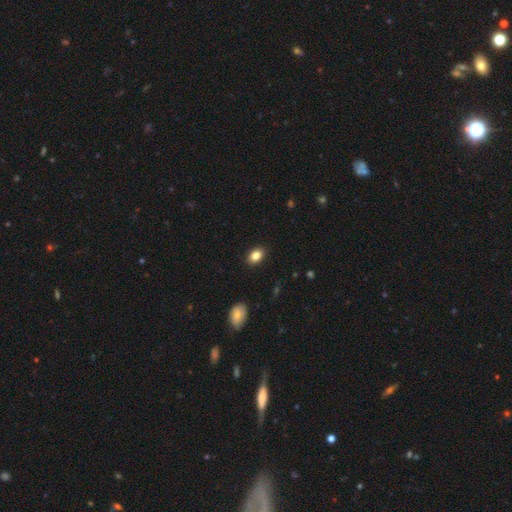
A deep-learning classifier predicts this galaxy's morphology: type=smooth (85%); roundness=in between (79%); merging=none (90%).